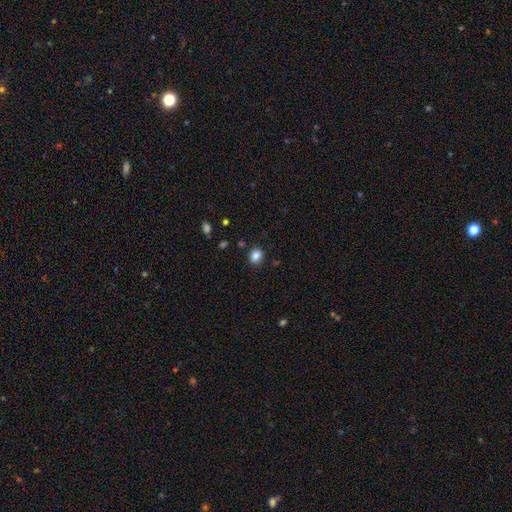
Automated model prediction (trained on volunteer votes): This is clearly a smooth galaxy (84%). How rounded: likely round (61%). Merging: clearly none (87%).